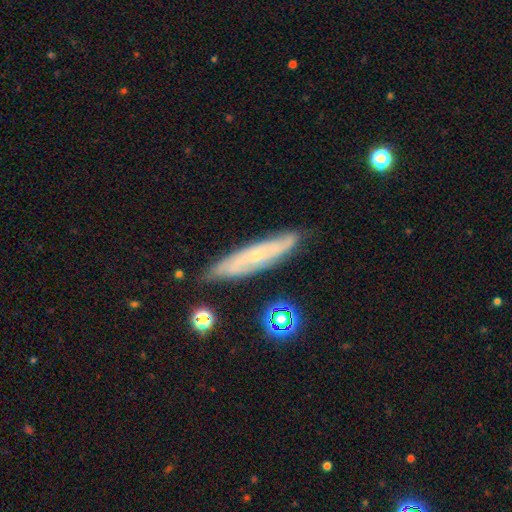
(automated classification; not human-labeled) Smooth or featured? Predicted: featured or disk (p=0.64). Edge-on disk? Predicted: no (p=0.54). Merging? Predicted: none (p=0.80).